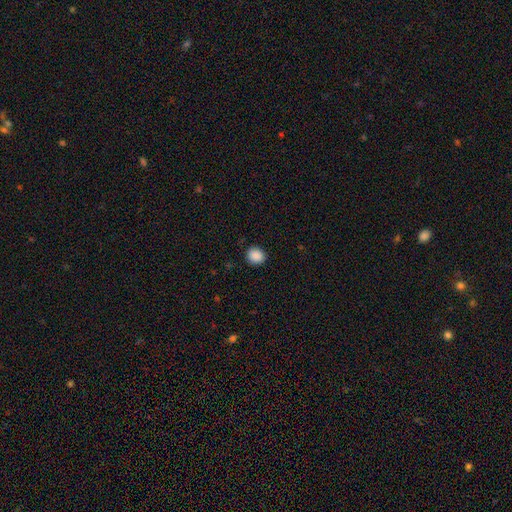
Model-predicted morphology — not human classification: Smooth or featured? smooth (89%)
How rounded? round (76%)
Merging? none (89%)